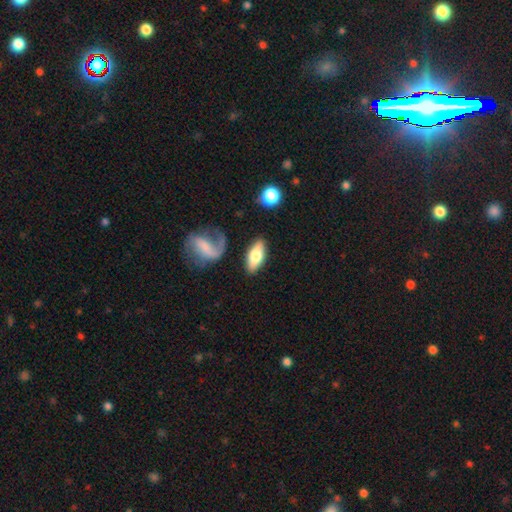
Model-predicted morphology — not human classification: The model was most divided on "smooth or featured": smooth: 59%, featured or disk: 35%, star or artifact: 6%. More confident: how rounded — in between (79%); merging — none (78%).